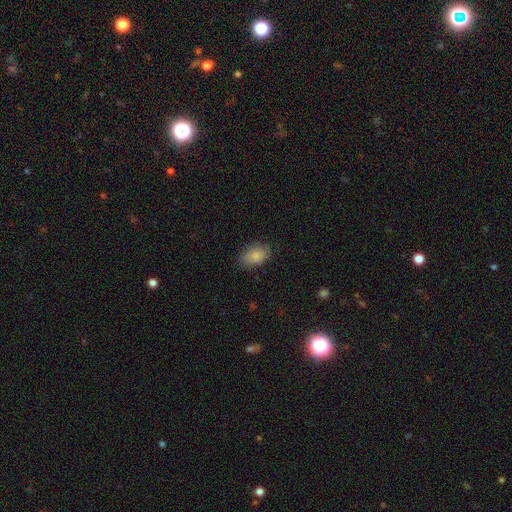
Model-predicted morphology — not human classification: This appears to be a smooth galaxy with no disk features (85%) that is in between round and cigar-shaped (88%). Merging: none (77%).